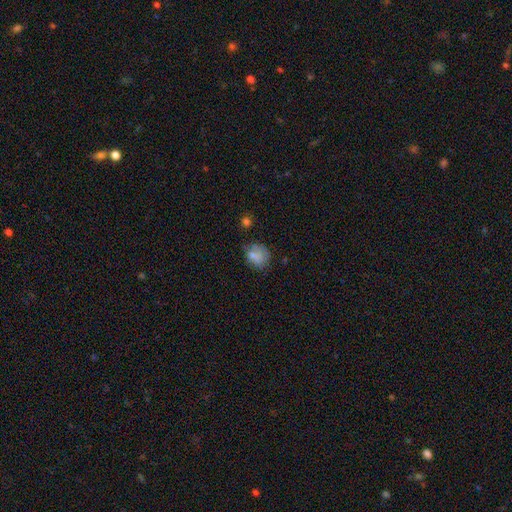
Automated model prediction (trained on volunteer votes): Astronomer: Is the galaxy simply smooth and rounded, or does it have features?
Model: smooth — 74%.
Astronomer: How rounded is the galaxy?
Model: round — 63%.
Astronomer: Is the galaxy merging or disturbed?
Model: none — 53%.